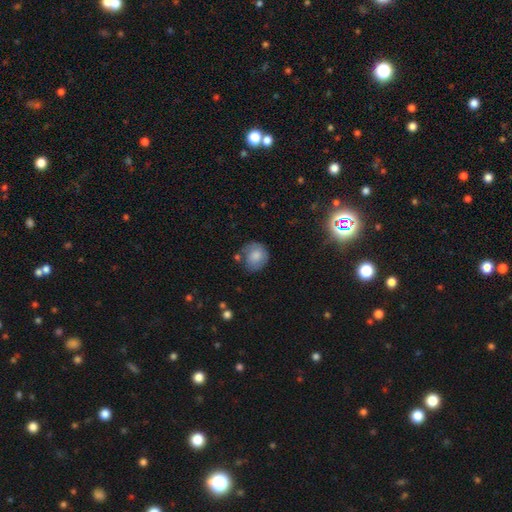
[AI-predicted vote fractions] Smooth or featured? smooth (74%)
How rounded? round (76%)
Merging? none (59%)